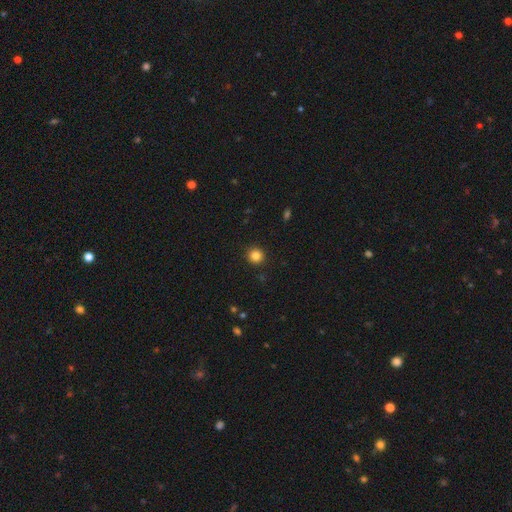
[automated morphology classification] smooth_or_featured: smooth (p=0.84) [alt: star or artifact p=0.12]
how_rounded: round (p=0.94) [alt: in between p=0.06]
merging: none (p=0.92) [alt: minor disturbance p=0.05]